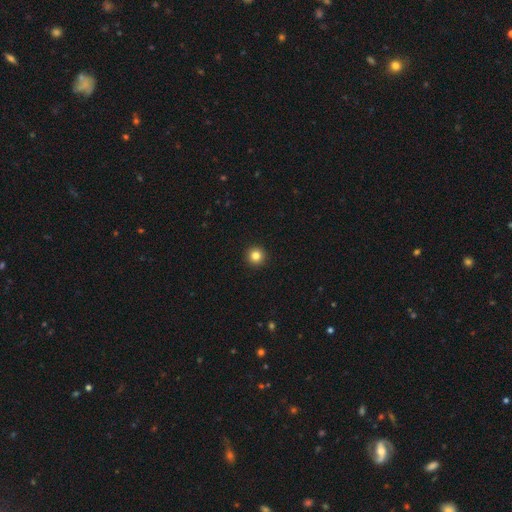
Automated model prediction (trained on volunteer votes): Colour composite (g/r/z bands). It shows a smooth galaxy with no disk features (84%) that is round (96%). Merging: none (94%).